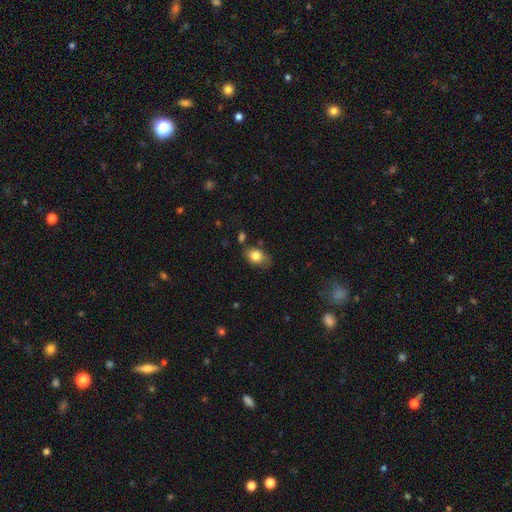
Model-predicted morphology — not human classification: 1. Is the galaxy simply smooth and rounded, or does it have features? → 82% smooth, 10% featured or disk, 8% star or artifact.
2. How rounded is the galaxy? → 74% in between, 25% round, 1% cigar-shaped.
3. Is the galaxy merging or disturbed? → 65% none, 24% minor disturbance, 6% major disturbance, 5% merger.